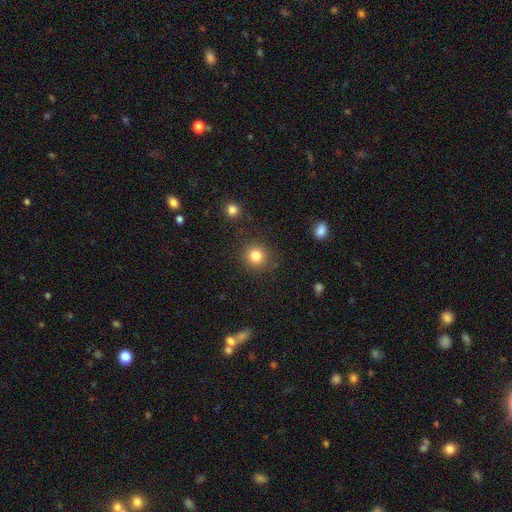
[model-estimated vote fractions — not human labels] Overall: smooth (83%). How rounded: round (91%). Merging: none (85%).